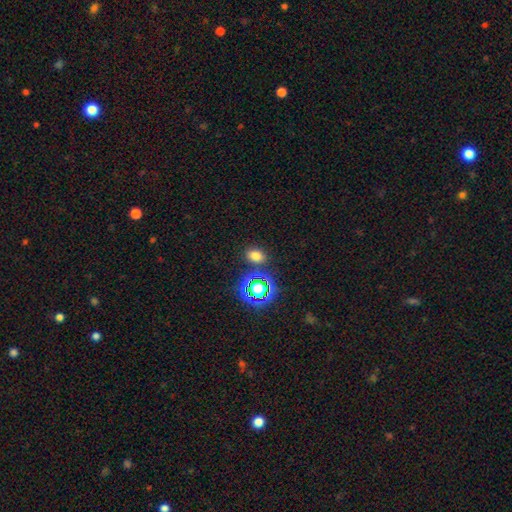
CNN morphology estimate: This is likely a smooth galaxy (68%). How rounded: likely in between (66%). Merging: clearly none (81%).